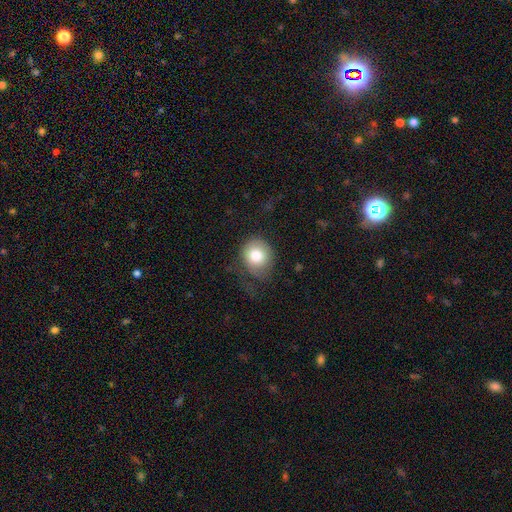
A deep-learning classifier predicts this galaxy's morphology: This appears to be a smooth galaxy with no disk features (79%) that is round (77%). Merging: none (57%).